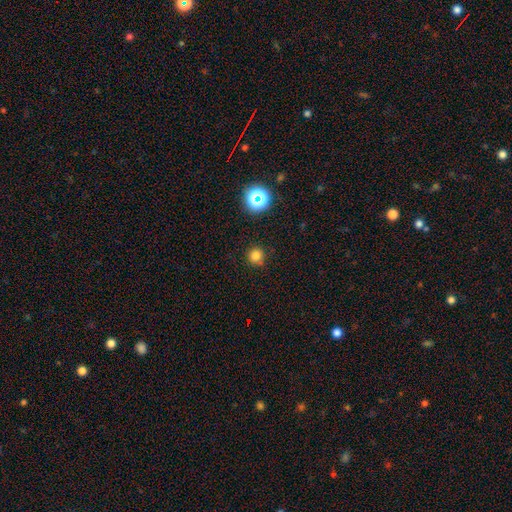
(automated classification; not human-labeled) A smooth galaxy with no disk features (78%) that is round (93%).

Vote fractions:
- Smooth or featured? smooth: 78% / star or artifact: 18% / featured or disk: 5%
- How rounded? round: 93% / in between: 6% / cigar-shaped: 1%
- Merging? none: 85% / minor disturbance: 10% / major disturbance: 3% / merger: 2%